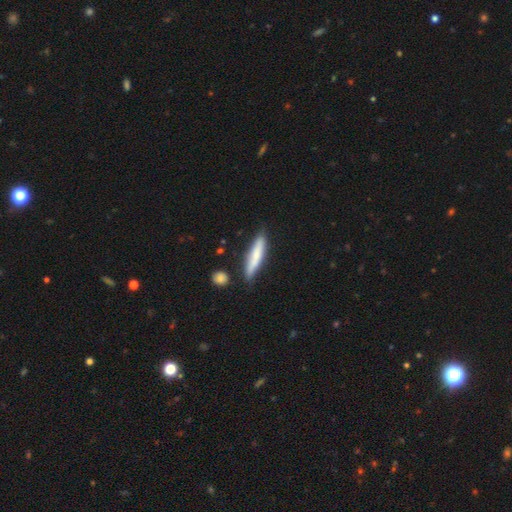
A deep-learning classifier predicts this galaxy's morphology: Smooth or featured: smooth — 70% (featured or disk — 24%)
How rounded: cigar-shaped — 83% (in between — 15%)
Merging: none — 78% (minor disturbance — 15%)